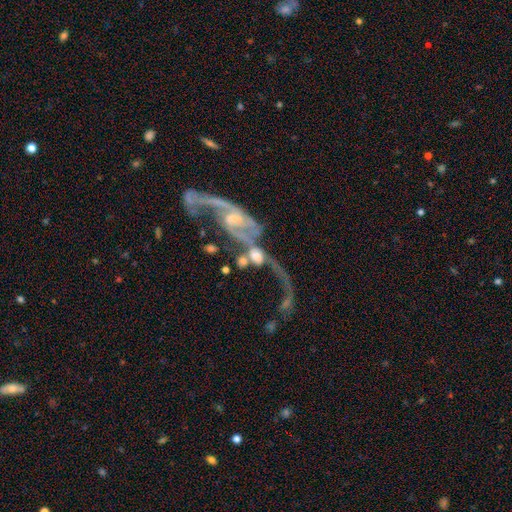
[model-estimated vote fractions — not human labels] Smooth or featured? Predicted: featured or disk (p=0.65). Edge-on disk? Predicted: no (p=0.91). Bar? Predicted: no (p=0.64). Spiral arms? Predicted: yes (p=0.74). Bulge size? Predicted: moderate (p=0.33). Merging? Predicted: merger (p=0.60).